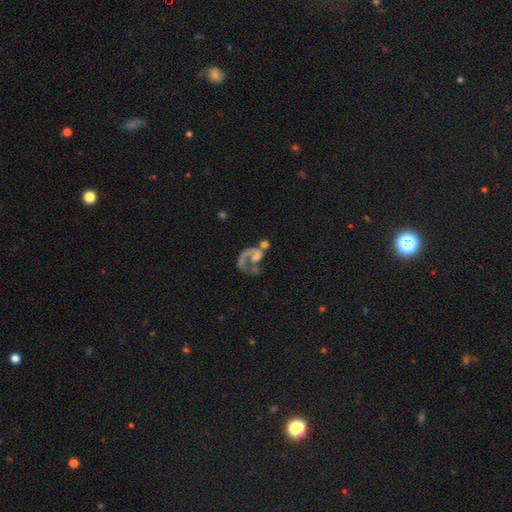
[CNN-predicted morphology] This is likely a featured or disk galaxy (68%). It is clearly not viewed edge-on (97%). Bar: likely no (76%). Spiral arm pattern: likely yes (68%). Central bulge: marginally none (41%). Merging: marginally major disturbance (36%).